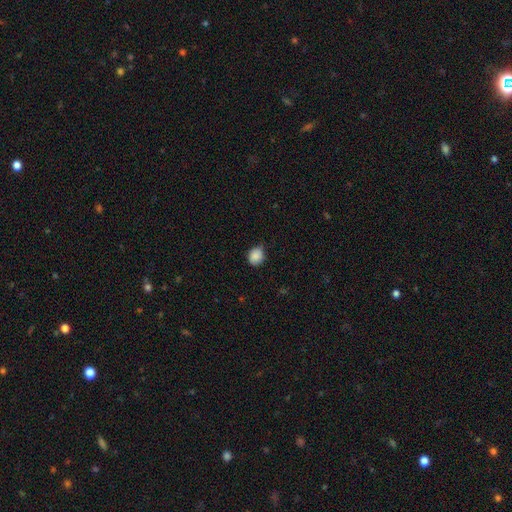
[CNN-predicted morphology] Q: Smooth or featured?
A: smooth (87%); runner-up: star or artifact (9%)
Q: How rounded?
A: round (70%); runner-up: in between (29%)
Q: Merging?
A: none (67%); runner-up: minor disturbance (27%)